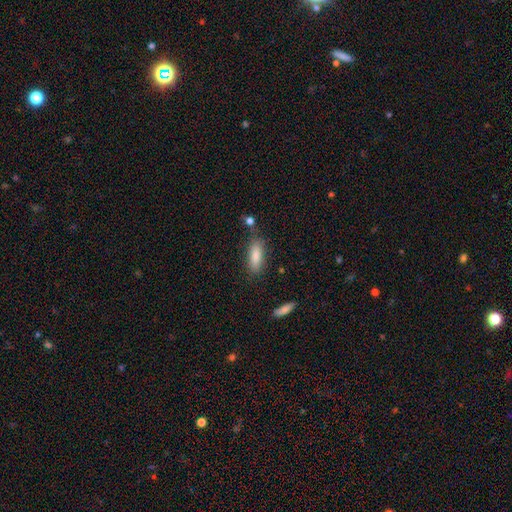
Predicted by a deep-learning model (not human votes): smooth-or-featured: smooth: 85% | featured or disk: 8% | star or artifact: 7%
  how-rounded: in between: 65% | cigar-shaped: 33% | round: 2%
  merging: none: 79% | minor disturbance: 13% | merger: 4% | major disturbance: 4%